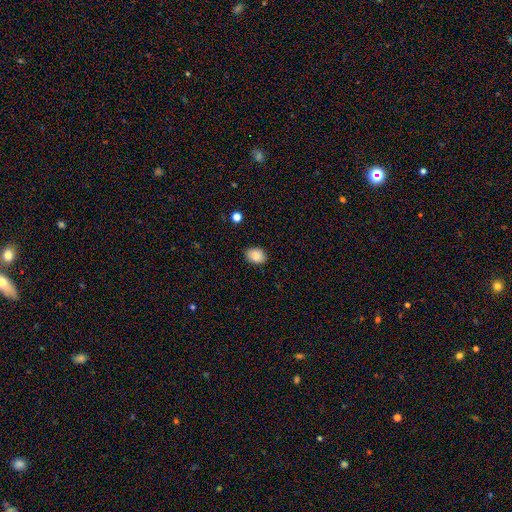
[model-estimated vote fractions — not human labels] Smooth or featured?
  - smooth: 87% *
  - star or artifact: 8%
  - featured or disk: 5%
How rounded?
  - in between: 65% *
  - round: 34%
  - cigar-shaped: 1%
Merging?
  - none: 88% *
  - minor disturbance: 9%
  - major disturbance: 2%
  - merger: 1%